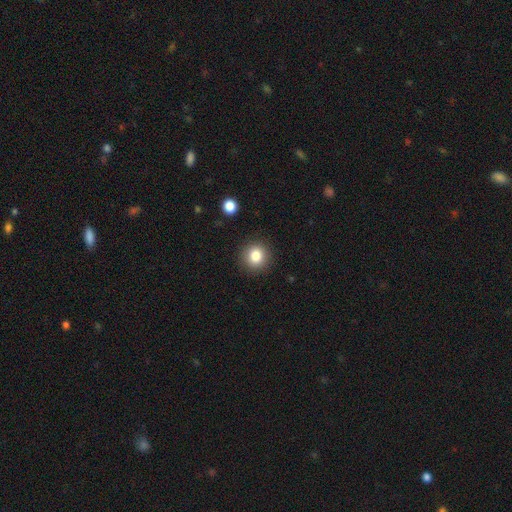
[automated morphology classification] smooth 83%, star or artifact 11%, featured or disk 7%. Down the decision tree: how rounded — round (91%); merging — none (90%).